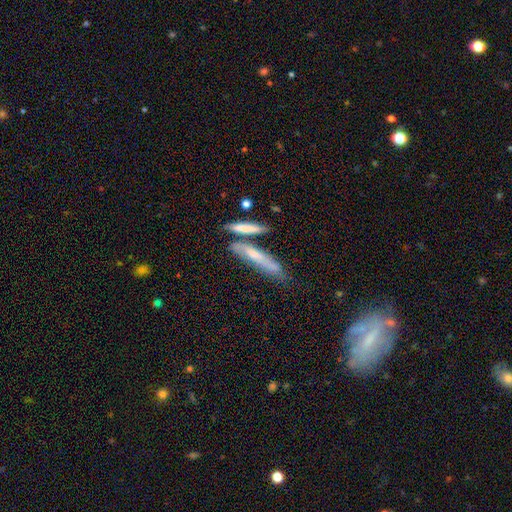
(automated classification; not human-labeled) Smooth or featured: smooth — 54% (featured or disk — 39%)
How rounded: cigar-shaped — 86% (in between — 12%)
Merging: none — 57% (merger — 22%)